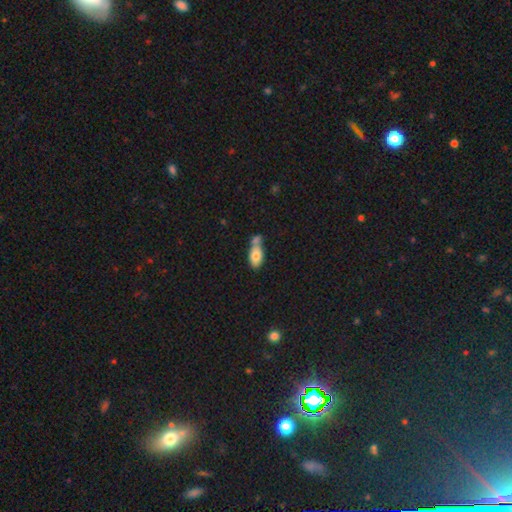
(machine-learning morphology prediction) Smooth or featured: smooth — 77% (featured or disk — 16%)
How rounded: in between — 90% (round — 6%)
Merging: merger — 49% (none — 33%)